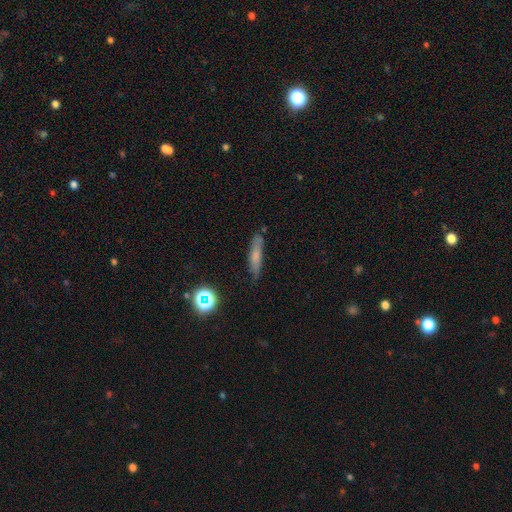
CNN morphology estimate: Smooth or featured? Predicted: smooth (p=0.64). How rounded? Predicted: cigar-shaped (p=0.79). Merging? Predicted: none (p=0.75).